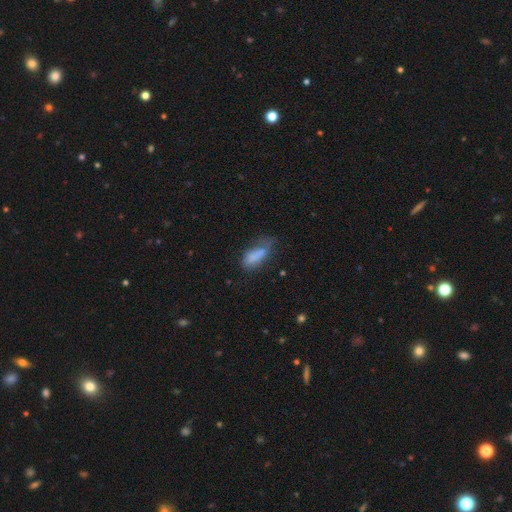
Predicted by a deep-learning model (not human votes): This appears to be a smooth galaxy with no disk features (74%) that is in between round and cigar-shaped (80%). Merging: none (33%).